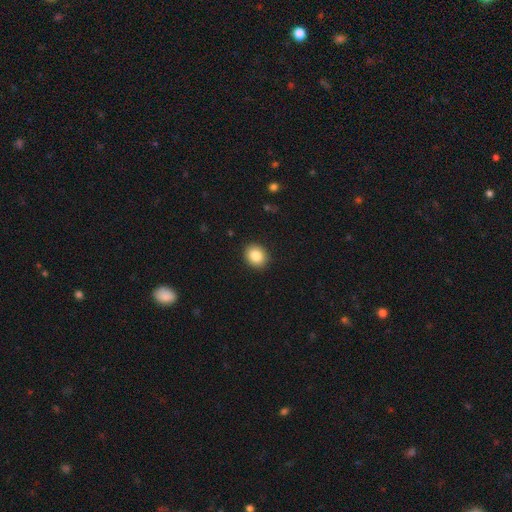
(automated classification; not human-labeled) Overall: smooth (84%). How rounded: round (63%; in between 36%). Merging: none (90%).